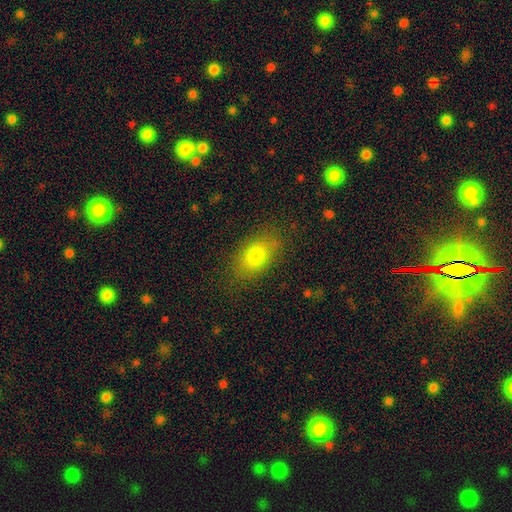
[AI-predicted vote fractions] Smooth or featured: smooth — 77% (featured or disk — 13%)
How rounded: in between — 84% (round — 14%)
Merging: none — 81% (minor disturbance — 13%)